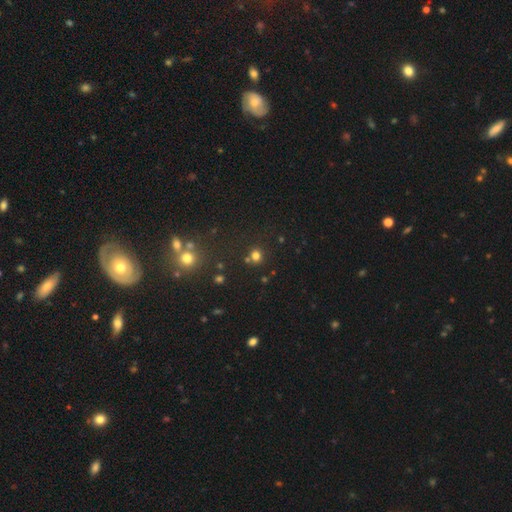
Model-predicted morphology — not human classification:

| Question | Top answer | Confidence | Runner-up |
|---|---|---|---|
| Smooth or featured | smooth | 72% | star or artifact (22%) |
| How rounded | round | 88% | in between (11%) |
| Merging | none | 75% | merger (13%) |